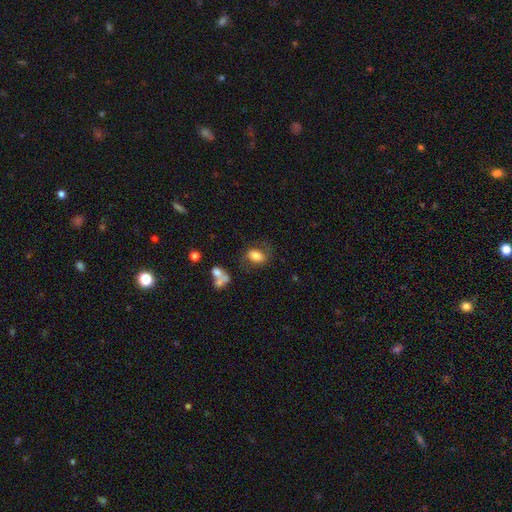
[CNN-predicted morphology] A smooth galaxy with no disk features (71%) that is in between round and cigar-shaped (82%). Merging: none (57%).